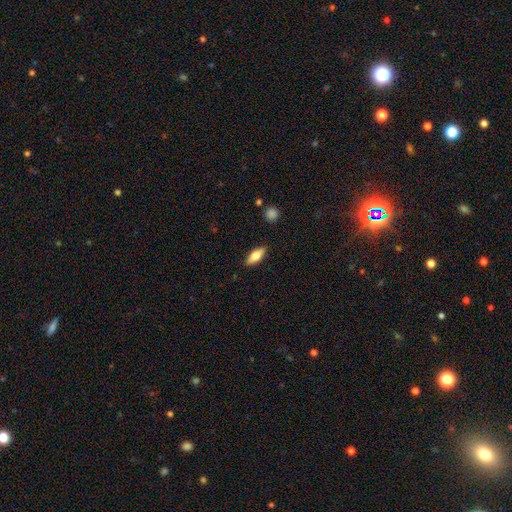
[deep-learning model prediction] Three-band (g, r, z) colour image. It shows a smooth galaxy with no disk features (67%) that is in between round and cigar-shaped (68%). Merging: none (88%).